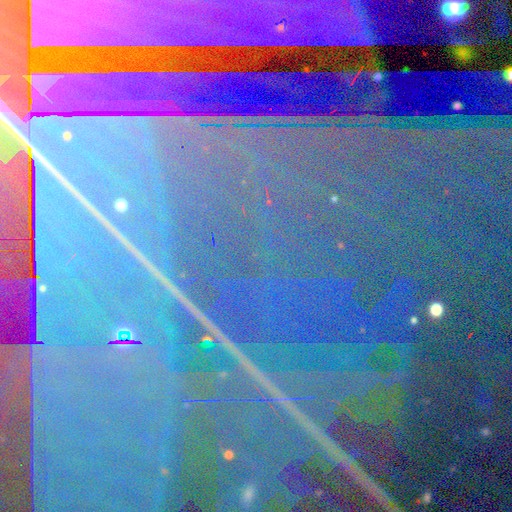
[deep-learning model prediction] smooth-or-featured: star or artifact: 89% | featured or disk: 6% | smooth: 4%